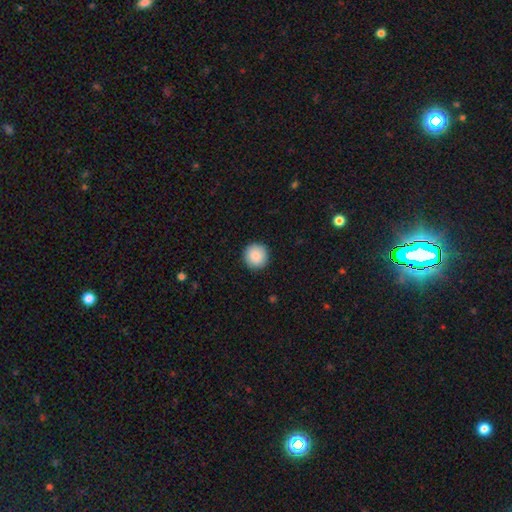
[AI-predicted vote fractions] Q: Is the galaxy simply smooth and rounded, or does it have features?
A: smooth — 89%.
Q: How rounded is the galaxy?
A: round — 95%.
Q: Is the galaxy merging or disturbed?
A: none — 92%.